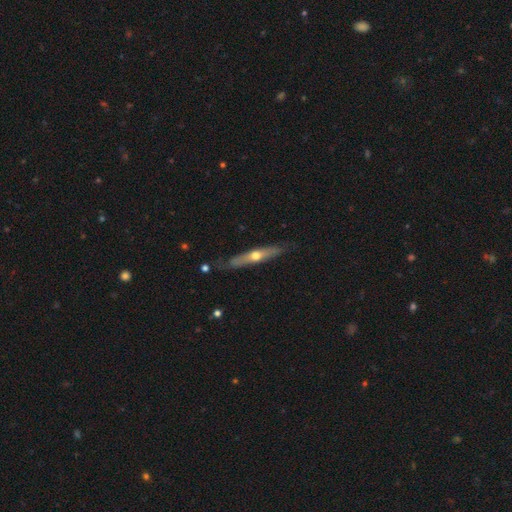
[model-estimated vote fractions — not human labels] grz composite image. It shows a featured or disk galaxy (59%) viewed edge-on (85%) with a rounded central bulge (87%). Merging: none (79%).